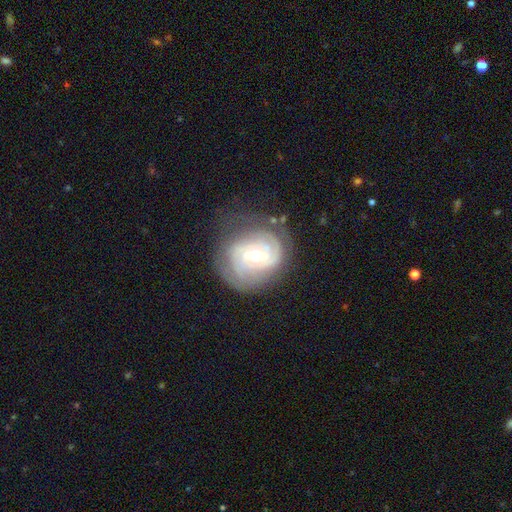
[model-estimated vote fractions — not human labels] featured or disk 82%, smooth 13%, star or artifact 6%. Down the decision tree: edge-on disk — no (97%); bar — weak (51%); spiral arms — yes (92%); spiral arm count — can't tell (34%); spiral winding — tight (68%); bulge size — moderate (63%); merging — none (65%).